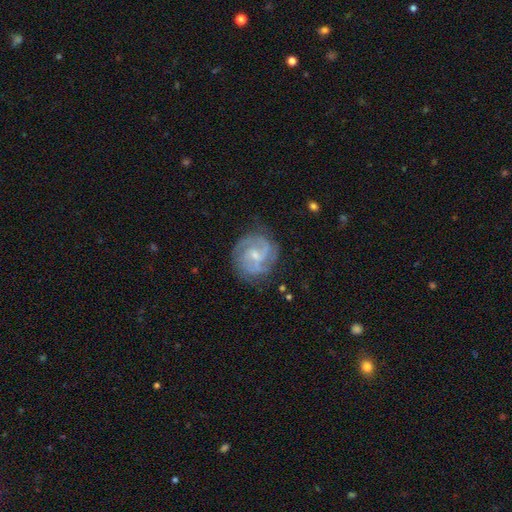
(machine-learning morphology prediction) smooth-or-featured: featured or disk: 84% | smooth: 11% | star or artifact: 6%
  disk-edge-on: no: 98% | yes: 2%
    bar: weak: 51% | no: 38% | strong: 11%
    has-spiral-arms: yes: 96% | no: 4%
      spiral-winding: tight: 47% | medium: 42% | loose: 10%
      spiral-arm-count: 2: 43% | 3: 26% | can't tell: 17% | 4: 6% | 1: 4% | more than 4: 4%
    bulge-size: small: 62% | moderate: 33% | none: 4% | large: 1% | dominant: 1%
  merging: none: 75% | minor disturbance: 17% | major disturbance: 7% | merger: 1%